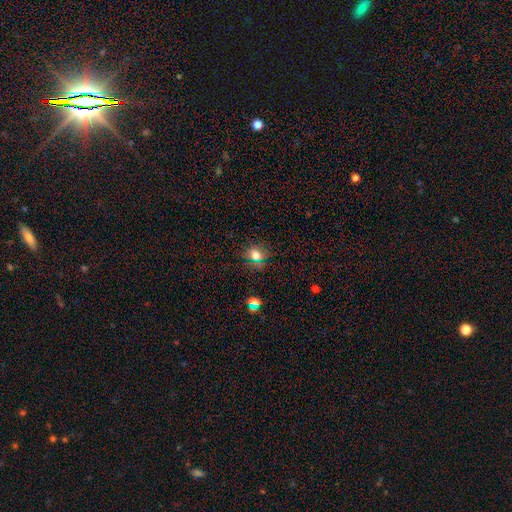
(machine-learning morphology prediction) type=smooth (67%); roundness=round (76%); merging=none (82%).